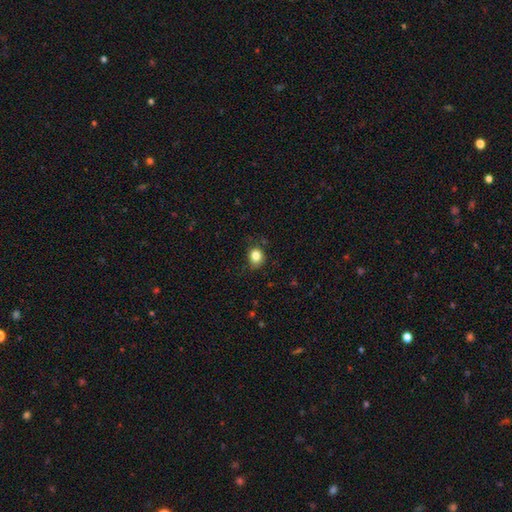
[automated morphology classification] A smooth galaxy with no disk features (83%) that is round (73%). Merging: none (76%).